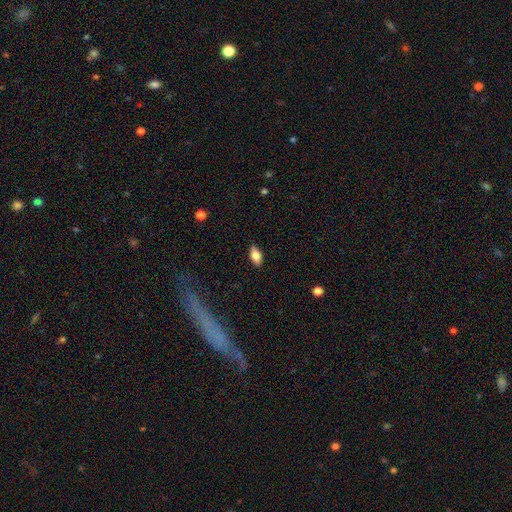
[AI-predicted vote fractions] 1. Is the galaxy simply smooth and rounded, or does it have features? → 74% smooth, 19% featured or disk, 8% star or artifact.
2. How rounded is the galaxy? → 87% in between, 10% cigar-shaped, 4% round.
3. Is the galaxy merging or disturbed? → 87% none, 10% minor disturbance, 2% major disturbance, 1% merger.